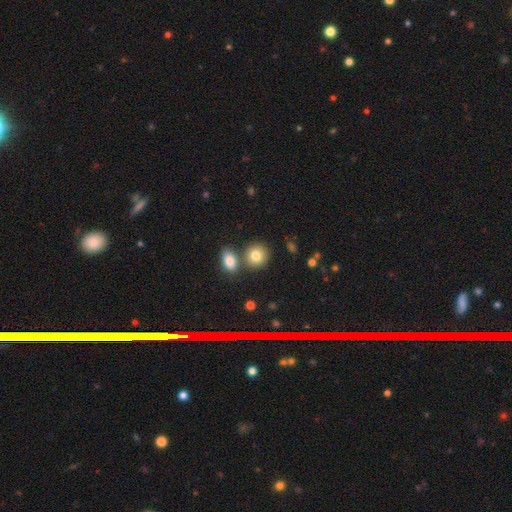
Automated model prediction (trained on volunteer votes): Smooth or featured? smooth (80%)
How rounded? round (76%)
Merging? none (65%)